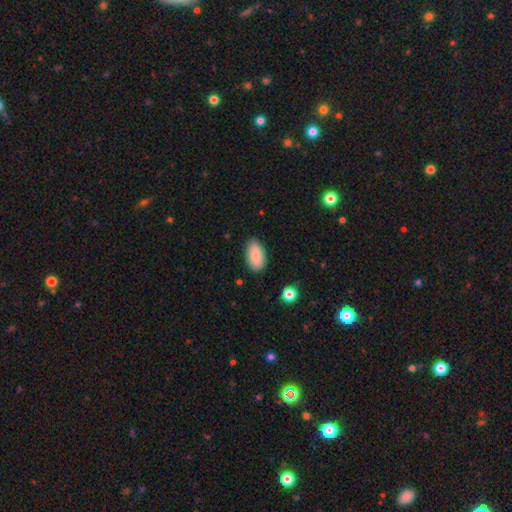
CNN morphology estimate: Smooth or featured?
  - smooth: 88% *
  - star or artifact: 7%
  - featured or disk: 6%
How rounded?
  - in between: 94% *
  - cigar-shaped: 3%
  - round: 3%
Merging?
  - none: 83% *
  - minor disturbance: 13%
  - major disturbance: 2%
  - merger: 1%